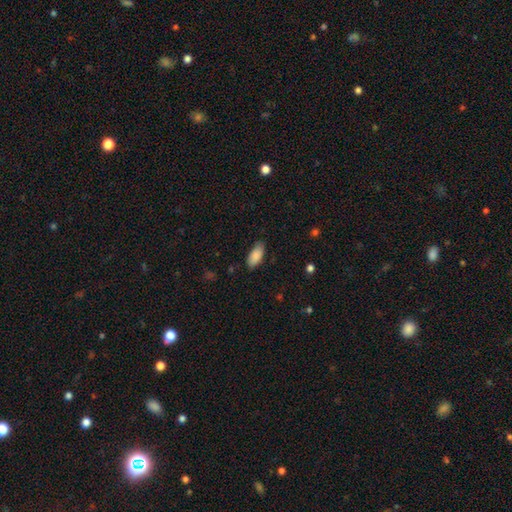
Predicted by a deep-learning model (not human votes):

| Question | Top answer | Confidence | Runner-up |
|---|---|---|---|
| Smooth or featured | smooth | 88% | star or artifact (6%) |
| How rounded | in between | 89% | cigar-shaped (10%) |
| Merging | none | 81% | minor disturbance (15%) |